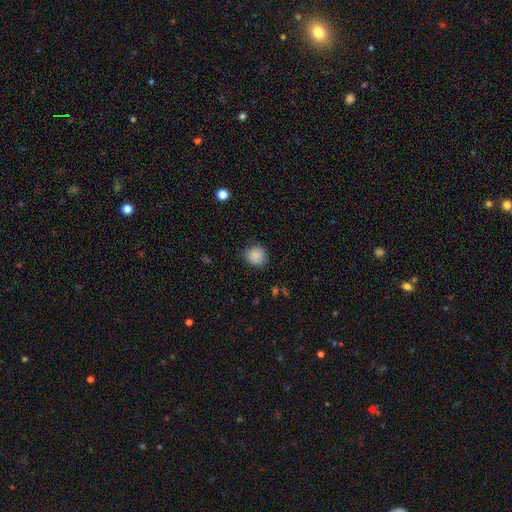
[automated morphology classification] This appears to be a smooth galaxy with no disk features (86%) that is round (81%). Merging: none (79%).